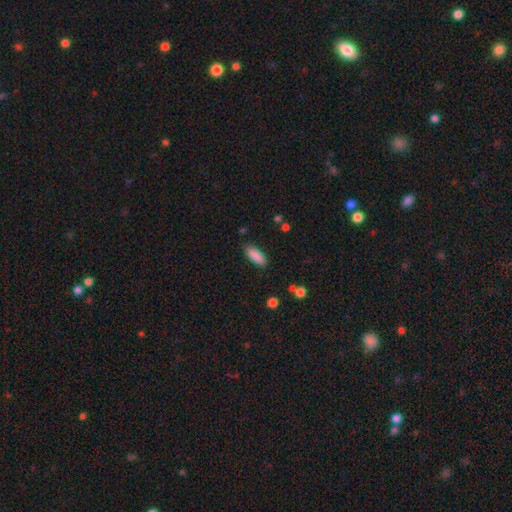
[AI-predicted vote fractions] The model was most divided on "how rounded": in between: 73%, cigar-shaped: 25%, round: 2%. More confident: smooth or featured — smooth (88%); merging — none (86%).